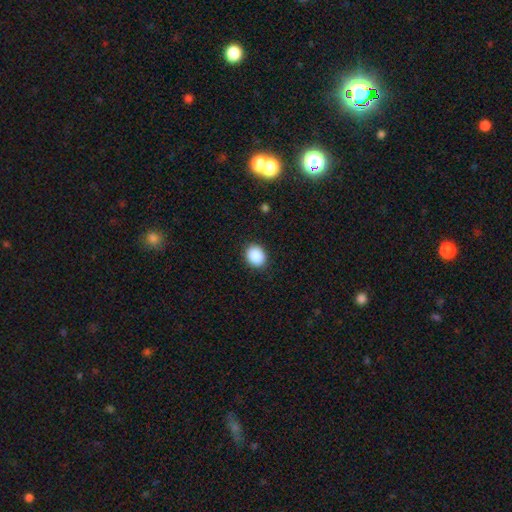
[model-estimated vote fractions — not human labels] Morphology: type=smooth (89%); roundness=round (60%); merging=none (89%).